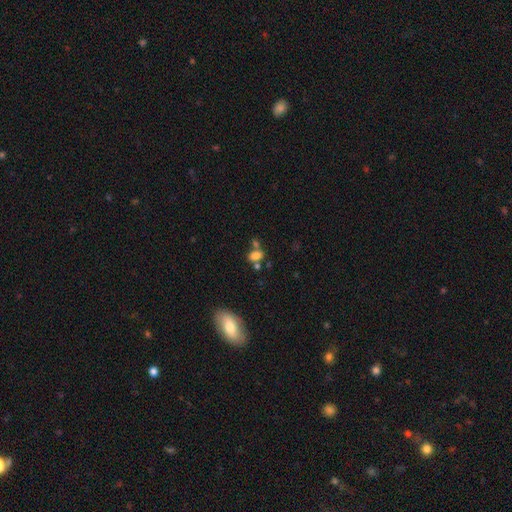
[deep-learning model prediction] Smooth or featured: smooth — 75% (star or artifact — 14%)
How rounded: in between — 80% (round — 16%)
Merging: none — 46% (merger — 34%)